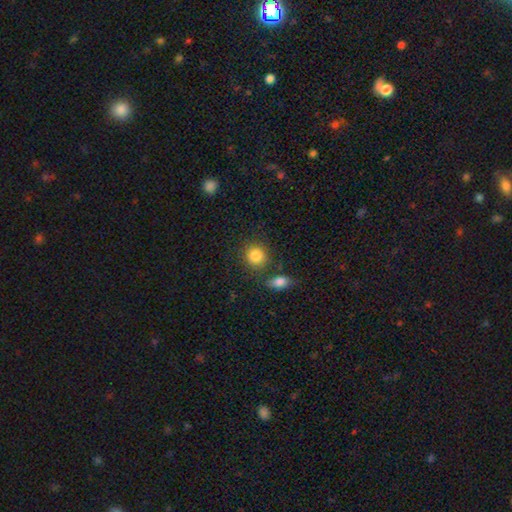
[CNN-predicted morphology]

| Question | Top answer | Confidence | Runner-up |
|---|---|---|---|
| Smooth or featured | smooth | 85% | star or artifact (9%) |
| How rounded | round | 81% | in between (18%) |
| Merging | none | 76% | merger (10%) |